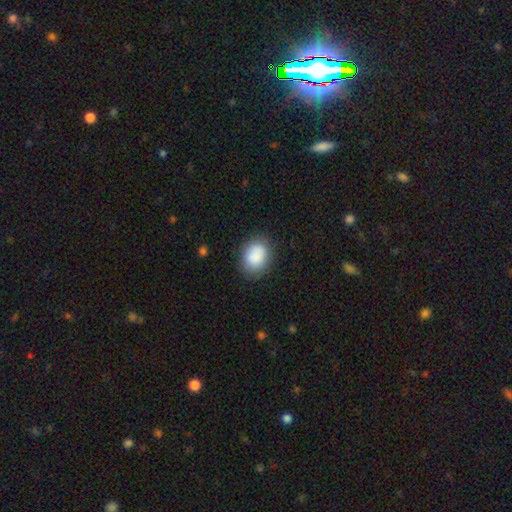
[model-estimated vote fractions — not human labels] This appears to be a smooth galaxy with no disk features (88%) that is in between round and cigar-shaped (61%). Merging: none (83%).